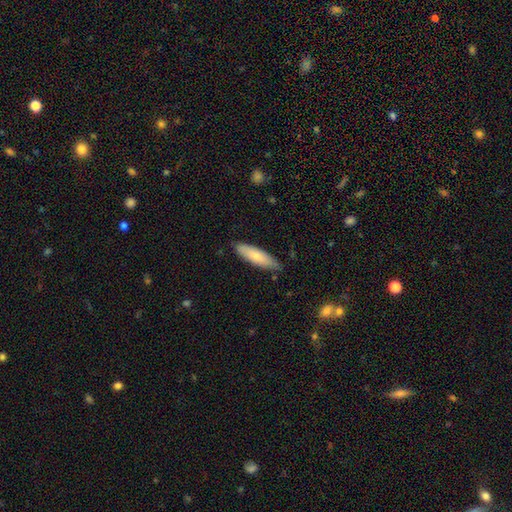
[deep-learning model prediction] The model was most divided on "how rounded": cigar-shaped: 61%, in between: 38%, round: 2%. More confident: merging — none (80%); smooth or featured — smooth (76%).